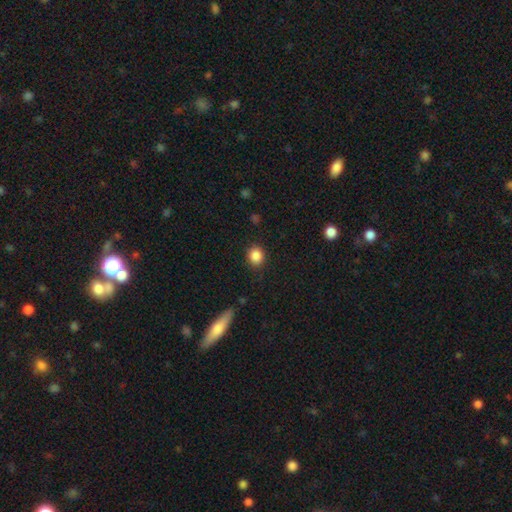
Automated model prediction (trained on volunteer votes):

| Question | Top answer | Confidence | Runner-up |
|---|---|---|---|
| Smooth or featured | smooth | 87% | star or artifact (9%) |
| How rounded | round | 76% | in between (22%) |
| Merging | none | 86% | minor disturbance (10%) |